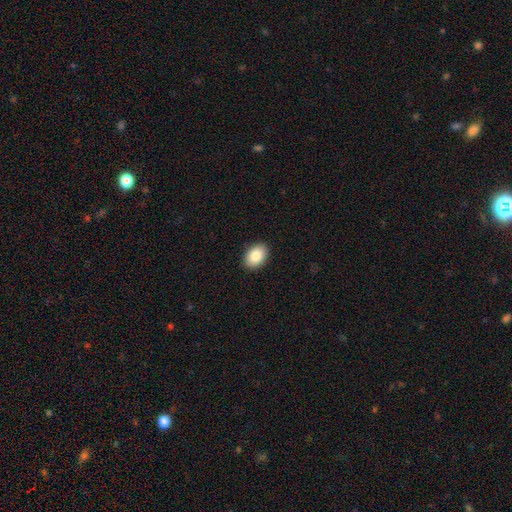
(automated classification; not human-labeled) smooth_or_featured: smooth (p=0.86) [alt: star or artifact p=0.07]
how_rounded: in between (p=0.82) [alt: round p=0.17]
merging: none (p=0.91) [alt: minor disturbance p=0.07]